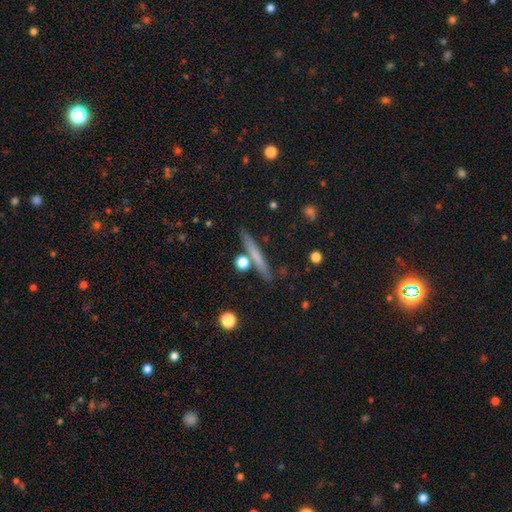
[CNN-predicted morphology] Smooth or featured? smooth (59%)
How rounded? cigar-shaped (93%)
Merging? none (84%)